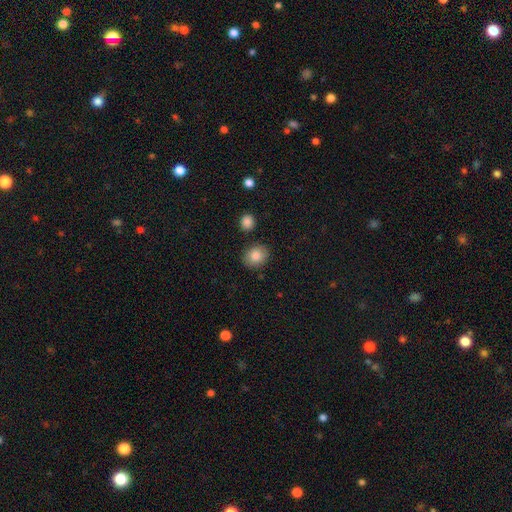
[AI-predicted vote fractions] smooth_or_featured: smooth (p=0.85) [alt: star or artifact p=0.08]
how_rounded: round (p=0.60) [alt: in between p=0.39]
merging: none (p=0.84) [alt: minor disturbance p=0.10]